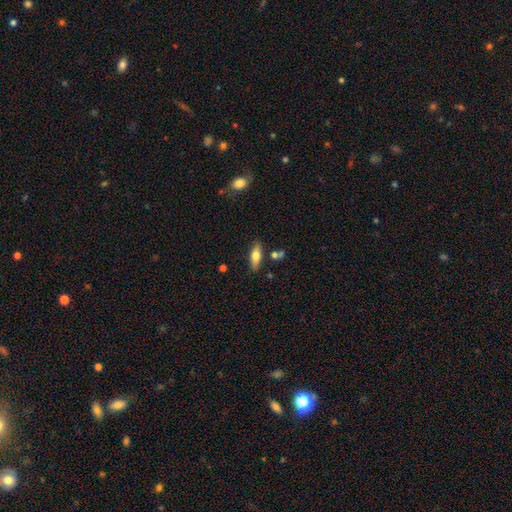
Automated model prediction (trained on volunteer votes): smooth 61%, featured or disk 32%, star or artifact 7%. Down the decision tree: how rounded — in between (56%); merging — none (80%).